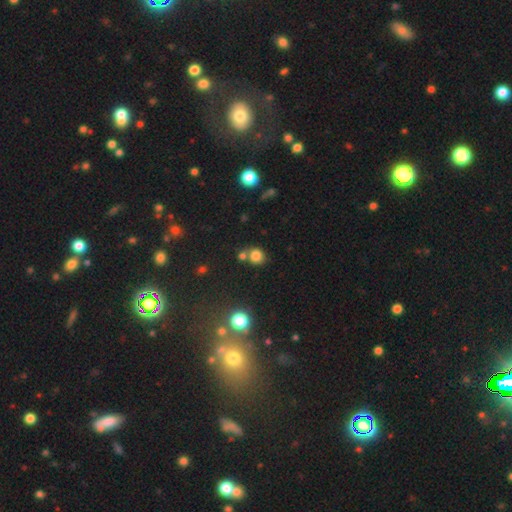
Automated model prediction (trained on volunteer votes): The model was most divided on "merging": none: 59%, merger: 27%, minor disturbance: 10%, major disturbance: 4%. More confident: how rounded — round (80%); smooth or featured — smooth (80%).